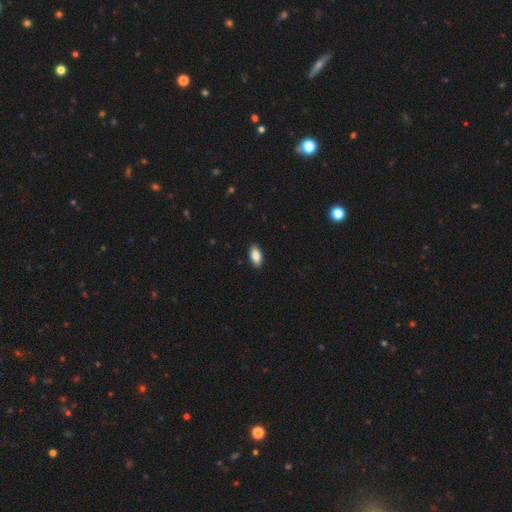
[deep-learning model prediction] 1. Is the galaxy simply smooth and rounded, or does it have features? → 88% smooth, 7% star or artifact, 5% featured or disk.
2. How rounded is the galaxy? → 93% in between, 4% cigar-shaped, 3% round.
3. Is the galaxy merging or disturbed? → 90% none, 8% minor disturbance, 2% major disturbance, 1% merger.